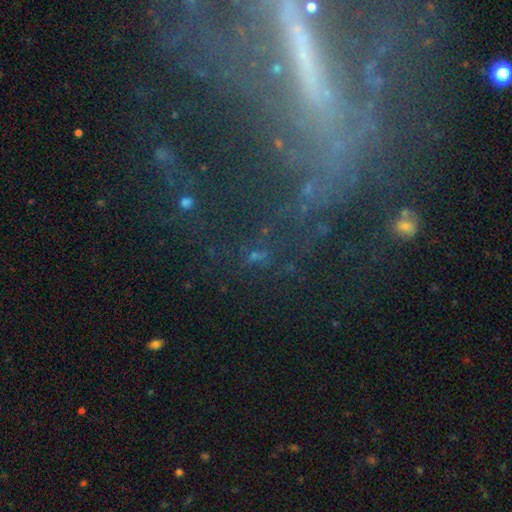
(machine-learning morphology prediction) This appears to be a star or artifact, not a galaxy (56%).